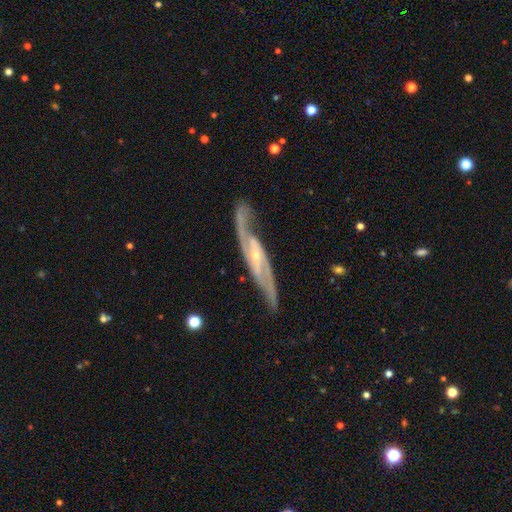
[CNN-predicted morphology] Smooth or featured? featured or disk (91%)
Edge-on disk? no (79%)
Bar? weak (36%)
Spiral arms? yes (96%)
Spiral winding? medium (49%)
Spiral arm count? 2 (91%)
Bulge size? small (73%)
Merging? none (75%)